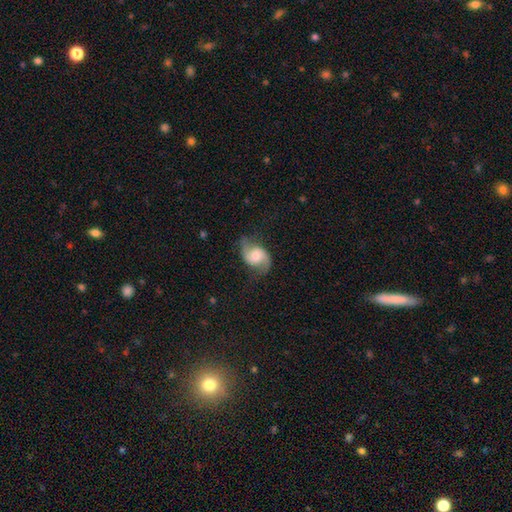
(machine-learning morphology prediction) Smooth or featured? featured or disk (73%)
Edge-on disk? no (97%)
Bar? no (55%)
Spiral arms? yes (95%)
Spiral winding? loose (55%)
Spiral arm count? 2 (92%)
Bulge size? moderate (38%)
Merging? none (67%)